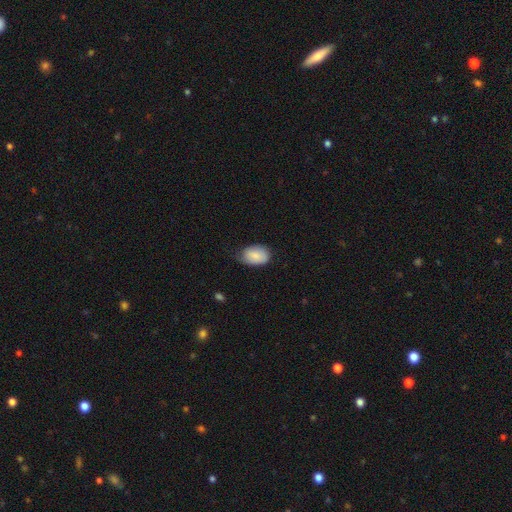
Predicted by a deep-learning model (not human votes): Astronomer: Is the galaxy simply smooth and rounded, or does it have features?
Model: smooth — 84%.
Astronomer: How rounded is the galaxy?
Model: in between — 87%.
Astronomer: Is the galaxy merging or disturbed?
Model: none — 52% (runner-up: minor disturbance, 38%).